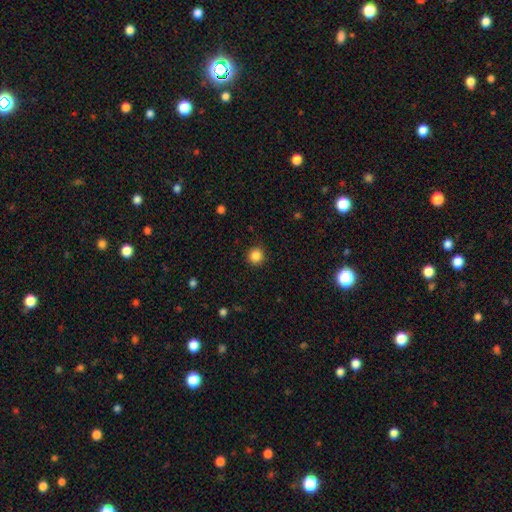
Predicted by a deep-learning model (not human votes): smooth_or_featured: smooth (p=0.86) [alt: star or artifact p=0.11]
how_rounded: round (p=0.94) [alt: in between p=0.05]
merging: none (p=0.91) [alt: minor disturbance p=0.06]